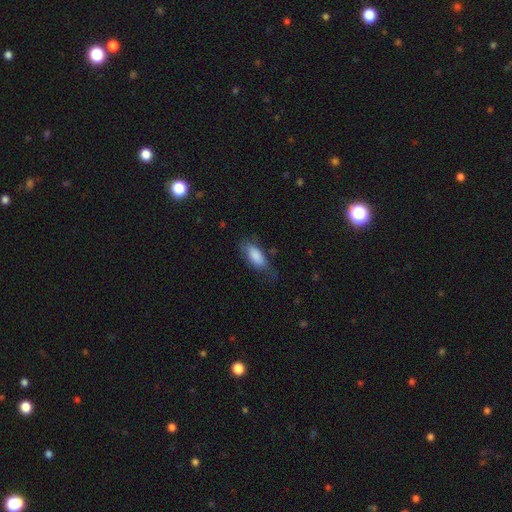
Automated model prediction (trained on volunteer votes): Smooth or featured: smooth — 83% (featured or disk — 11%)
How rounded: in between — 82% (cigar-shaped — 16%)
Merging: none — 58% (minor disturbance — 28%)